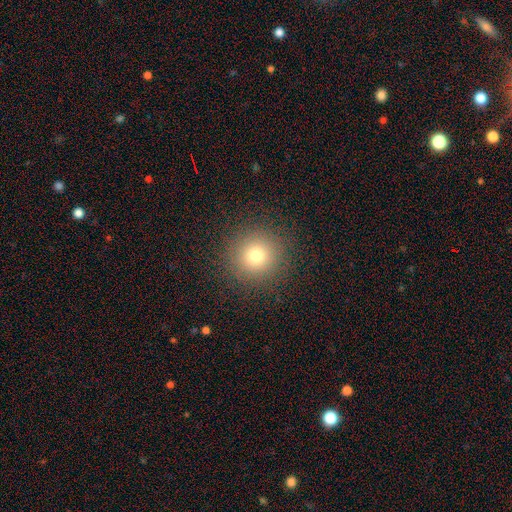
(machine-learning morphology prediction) smooth-or-featured: smooth: 76% | star or artifact: 15% | featured or disk: 9%
  how-rounded: round: 95% | in between: 4% | cigar-shaped: 1%
  merging: none: 91% | minor disturbance: 6% | major disturbance: 3% | merger: 1%